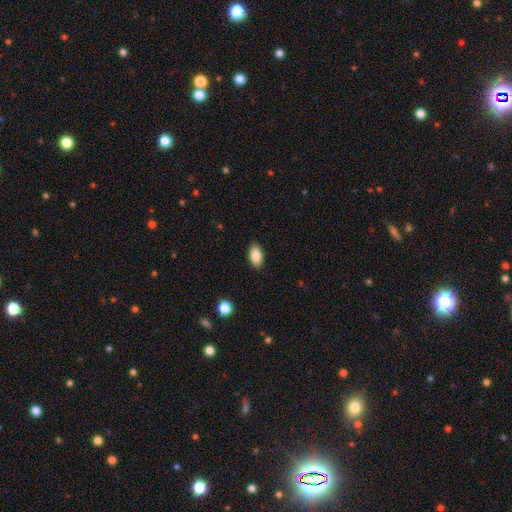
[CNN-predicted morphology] Q: Smooth or featured?
A: smooth (85%); runner-up: star or artifact (8%)
Q: How rounded?
A: in between (93%); runner-up: round (4%)
Q: Merging?
A: none (88%); runner-up: minor disturbance (9%)